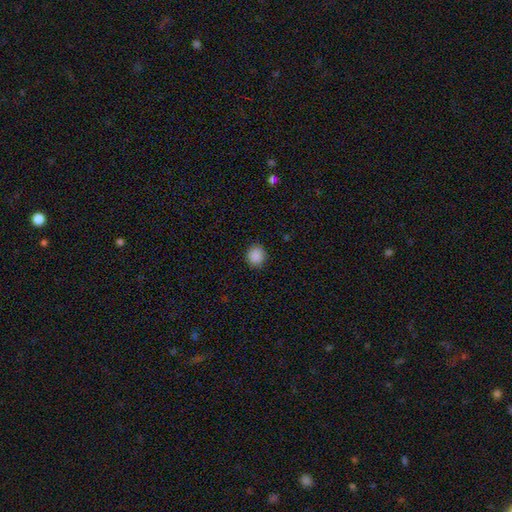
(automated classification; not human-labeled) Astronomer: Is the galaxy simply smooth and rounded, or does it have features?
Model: smooth — 88%.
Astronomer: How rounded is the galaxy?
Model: round — 85%.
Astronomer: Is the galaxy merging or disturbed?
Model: none — 90%.